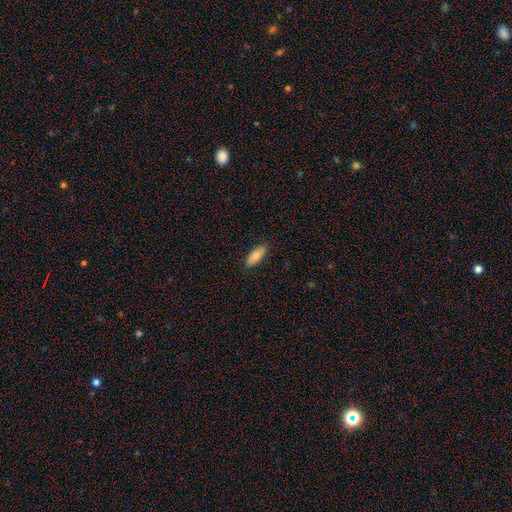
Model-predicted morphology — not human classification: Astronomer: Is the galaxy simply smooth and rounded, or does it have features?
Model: smooth — 80%.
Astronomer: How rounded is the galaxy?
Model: in between — 78%.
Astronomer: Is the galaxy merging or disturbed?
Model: none — 88%.